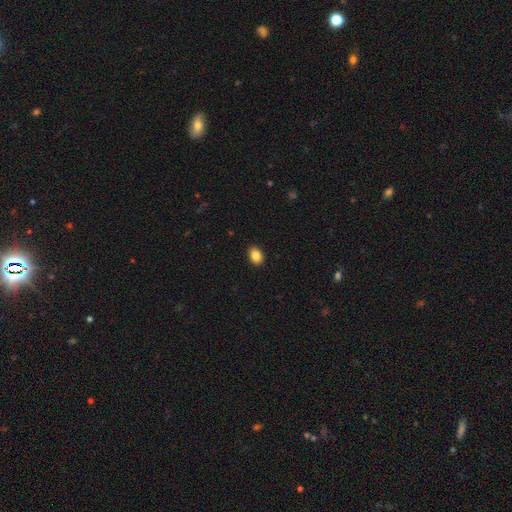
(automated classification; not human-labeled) This appears to be a smooth galaxy with no disk features (86%) that is in between round and cigar-shaped (72%). Merging: none (91%).